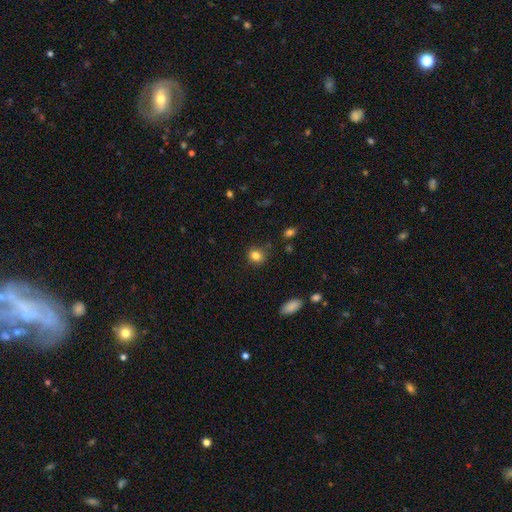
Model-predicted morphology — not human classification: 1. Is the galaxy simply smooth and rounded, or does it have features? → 83% smooth, 11% star or artifact, 6% featured or disk.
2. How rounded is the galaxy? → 80% round, 19% in between, 1% cigar-shaped.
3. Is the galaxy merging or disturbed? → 83% none, 12% minor disturbance, 3% major disturbance, 2% merger.